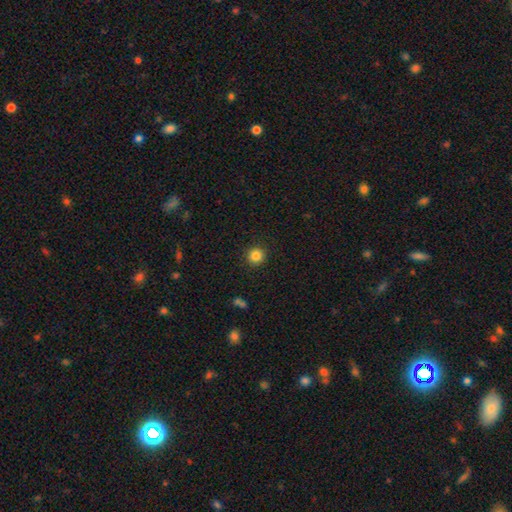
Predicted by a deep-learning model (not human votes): smooth-or-featured: smooth: 84% | star or artifact: 11% | featured or disk: 5%
  how-rounded: round: 94% | in between: 5% | cigar-shaped: 1%
  merging: none: 92% | minor disturbance: 5% | major disturbance: 2% | merger: 1%